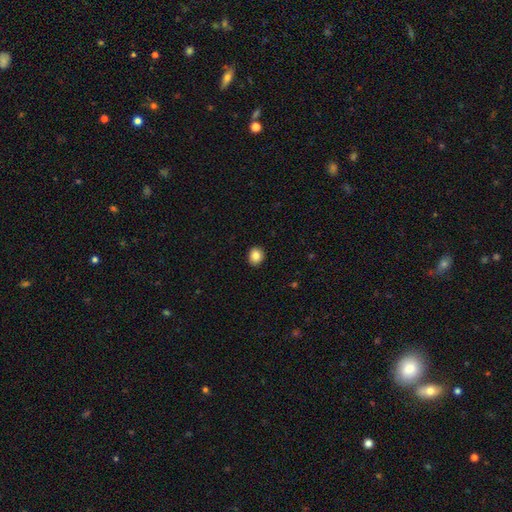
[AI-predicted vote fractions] This is clearly a smooth galaxy (87%). How rounded: likely round (73%). Merging: clearly none (91%).